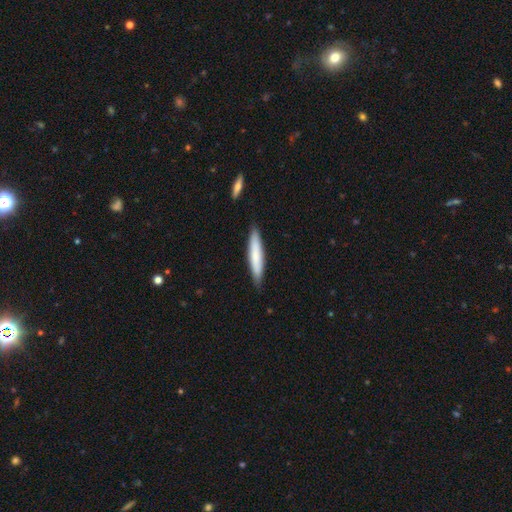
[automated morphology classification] smooth-or-featured: smooth: 75% | featured or disk: 20% | star or artifact: 5%
  how-rounded: cigar-shaped: 89% | in between: 10% | round: 1%
  merging: none: 86% | minor disturbance: 11% | major disturbance: 2% | merger: 1%